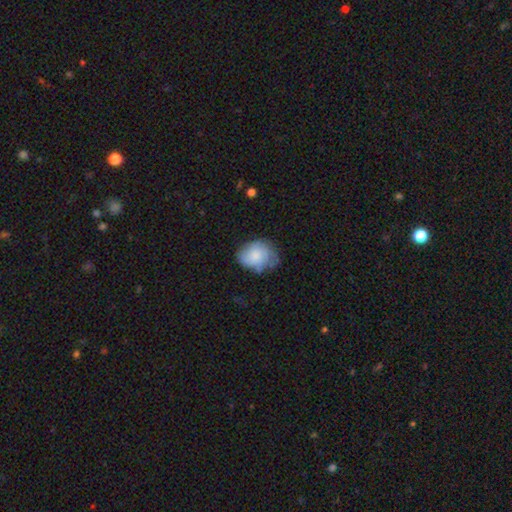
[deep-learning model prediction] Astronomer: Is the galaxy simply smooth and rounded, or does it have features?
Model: smooth — 70%.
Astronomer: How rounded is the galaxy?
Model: in between — 61% (runner-up: round, 38%).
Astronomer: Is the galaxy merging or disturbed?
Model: none — 48% (runner-up: minor disturbance, 35%).